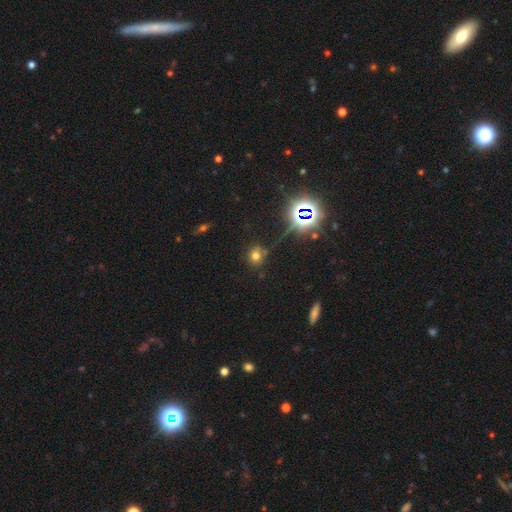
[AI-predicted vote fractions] The model was most divided on "smooth or featured": smooth: 63%, star or artifact: 28%, featured or disk: 9%. More confident: how rounded — round (77%); merging — none (73%).